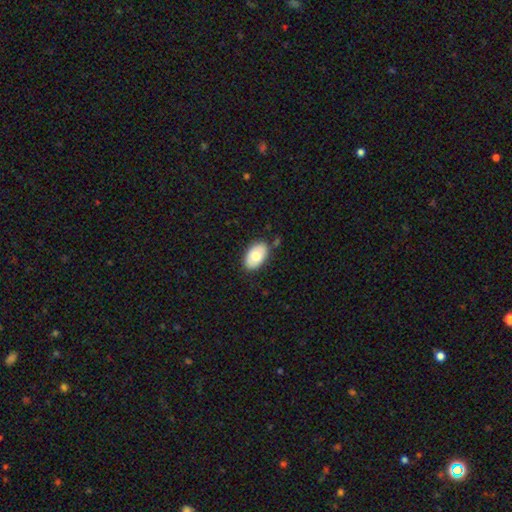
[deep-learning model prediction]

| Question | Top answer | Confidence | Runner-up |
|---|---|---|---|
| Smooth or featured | smooth | 73% | featured or disk (21%) |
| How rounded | in between | 93% | round (6%) |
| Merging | none | 83% | minor disturbance (12%) |